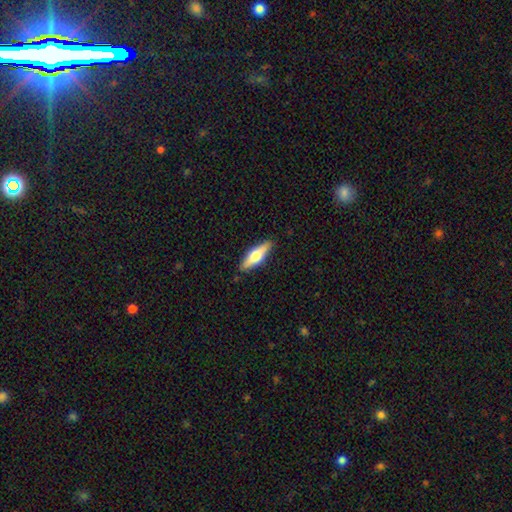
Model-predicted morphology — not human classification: A featured or disk galaxy (48%). Merging: none (88%).